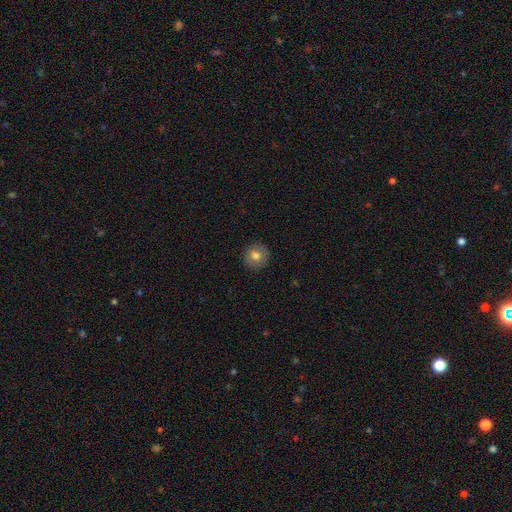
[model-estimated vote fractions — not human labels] A smooth galaxy with no disk features (75%) that is round (93%). Merging: none (91%).